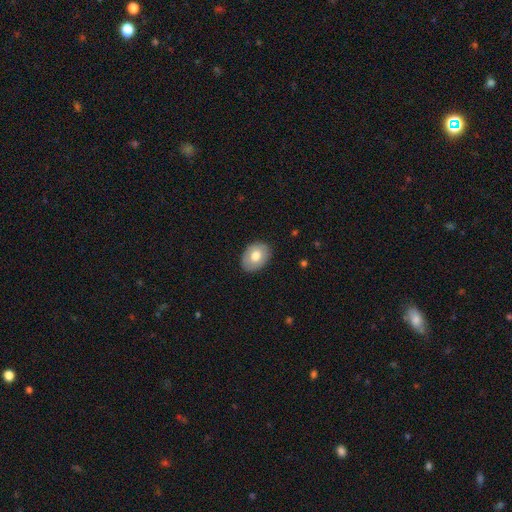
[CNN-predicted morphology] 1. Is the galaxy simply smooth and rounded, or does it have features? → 72% smooth, 21% featured or disk, 7% star or artifact.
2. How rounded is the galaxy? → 76% in between, 23% round, 1% cigar-shaped.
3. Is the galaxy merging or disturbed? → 86% none, 11% minor disturbance, 2% major disturbance, 1% merger.